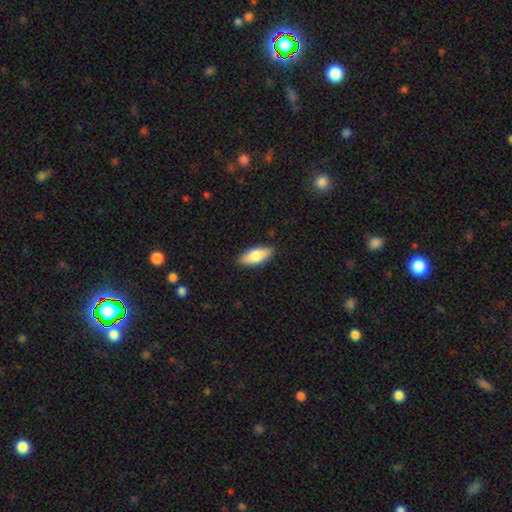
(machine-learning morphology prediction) This is likely a smooth galaxy (77%). How rounded: clearly in between (80%). Merging: clearly none (89%).